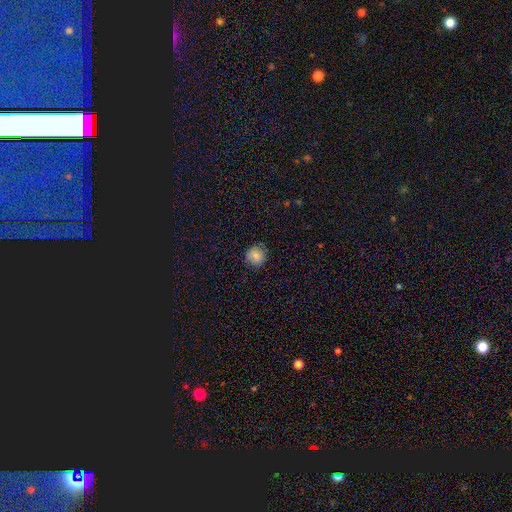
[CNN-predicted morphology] Smooth or featured: smooth — 82% (star or artifact — 10%)
How rounded: round — 90% (in between — 9%)
Merging: none — 84% (minor disturbance — 12%)